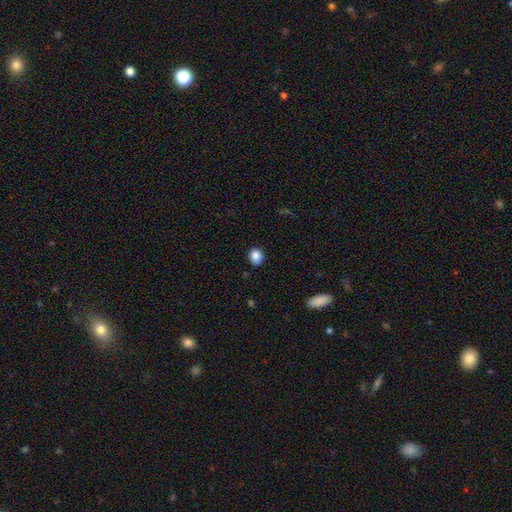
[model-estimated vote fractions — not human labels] A smooth galaxy with no disk features (86%) that is round (64%).

Vote fractions:
- Smooth or featured? smooth: 86% / star or artifact: 10% / featured or disk: 5%
- How rounded? round: 64% / in between: 35% / cigar-shaped: 1%
- Merging? none: 81% / minor disturbance: 15% / major disturbance: 3% / merger: 1%